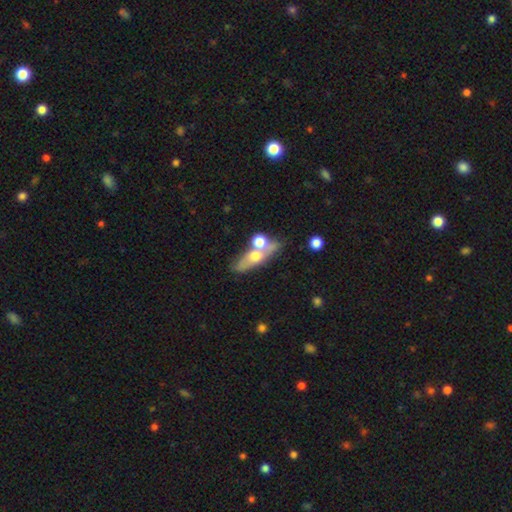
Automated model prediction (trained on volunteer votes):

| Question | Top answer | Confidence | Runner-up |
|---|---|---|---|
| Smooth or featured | smooth | 49% | featured or disk (42%) |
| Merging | none | 43% | merger (37%) |